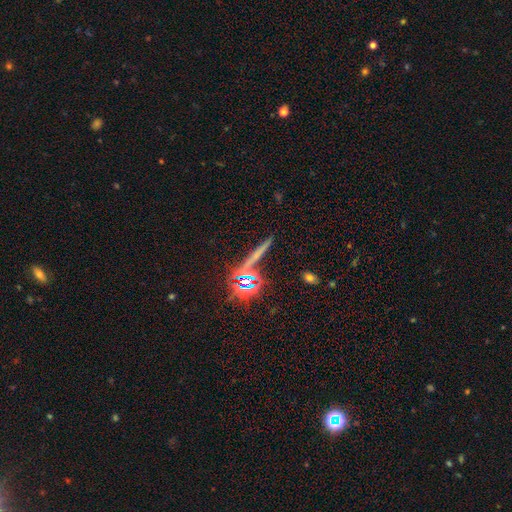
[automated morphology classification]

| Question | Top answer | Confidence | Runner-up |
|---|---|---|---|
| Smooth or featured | star or artifact | 47% | smooth (31%) |